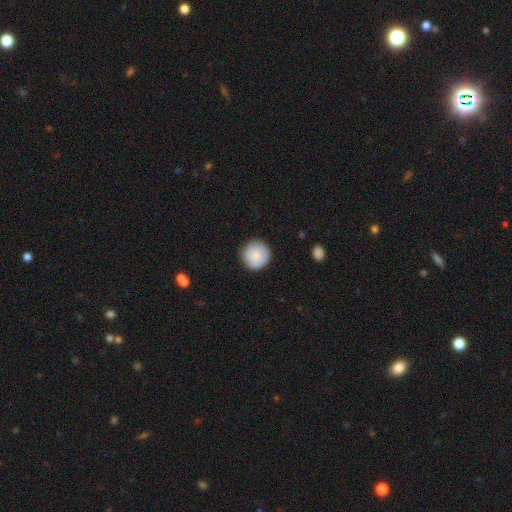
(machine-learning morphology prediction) This appears to be a smooth galaxy with no disk features (83%) that is round (95%). Merging: none (87%).